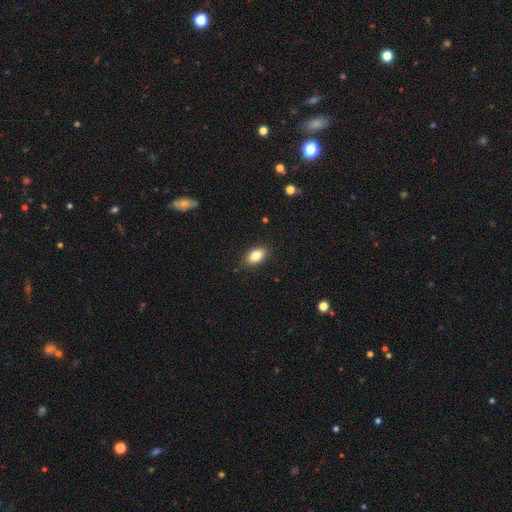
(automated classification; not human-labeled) The model was most divided on "smooth or featured": smooth: 83%, featured or disk: 9%, star or artifact: 8%. More confident: how rounded — in between (90%); merging — none (89%).